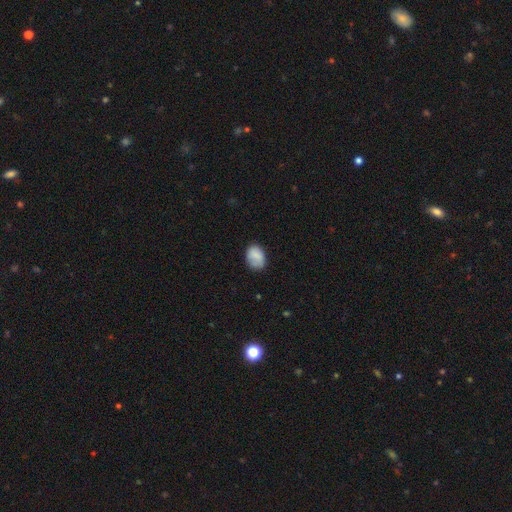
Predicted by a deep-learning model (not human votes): This appears to be a smooth galaxy with no disk features (84%) that is in between round and cigar-shaped (74%). Merging: none (69%).